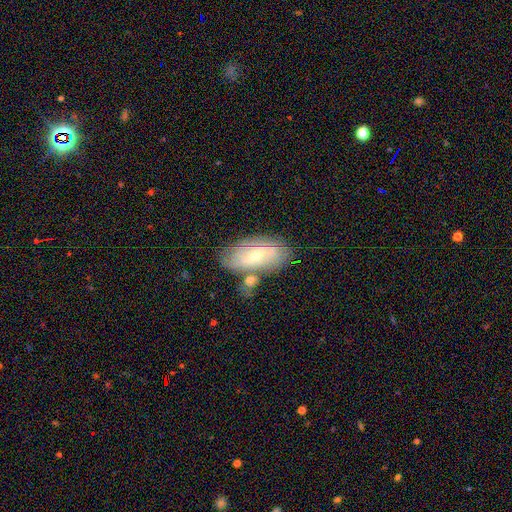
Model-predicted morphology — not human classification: A featured or disk galaxy (65%) with a weak bar (47%), spiral arms (77%) and a small central bulge (55%).

Vote fractions:
- Smooth or featured? featured or disk: 65% / smooth: 28% / star or artifact: 7%
- Edge-on disk? no: 90% / yes: 10%
- Bar? weak: 47% / strong: 27% / no: 26%
- Spiral arms? yes: 77% / no: 23%
- Bulge size? small: 55% / moderate: 41% / large: 2% / none: 1% / dominant: 1%
- Merging? none: 65% / minor disturbance: 17% / merger: 13% / major disturbance: 5%